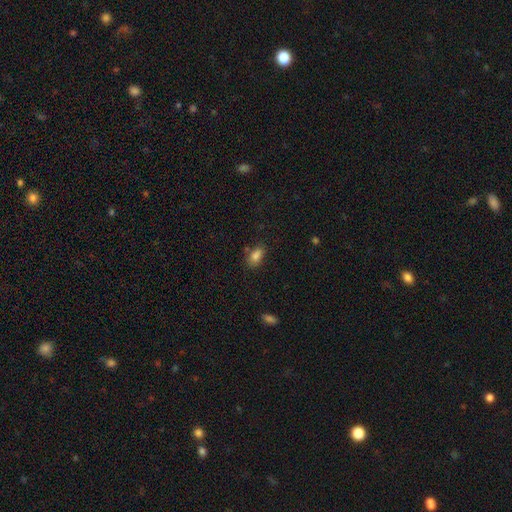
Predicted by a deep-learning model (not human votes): Overall: smooth (83%). How rounded: in between (87%). Merging: none (71%).